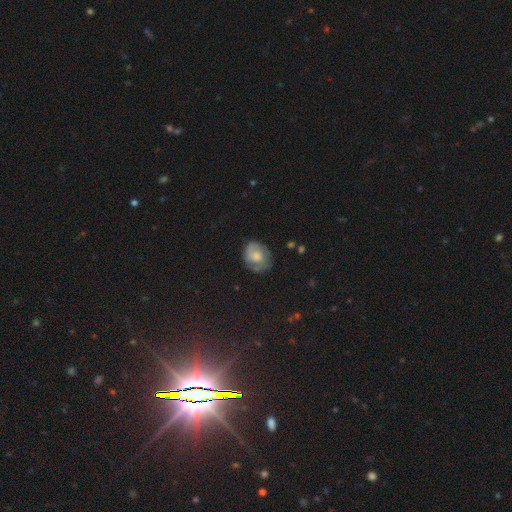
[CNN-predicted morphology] Smooth or featured? Predicted: smooth (p=0.48). Merging? Predicted: none (p=0.63).